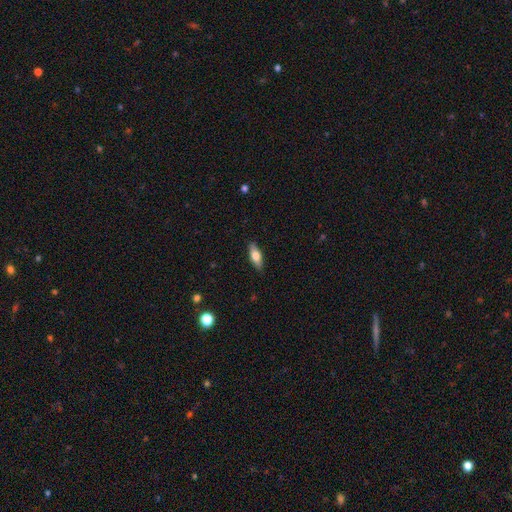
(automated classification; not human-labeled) This is likely a smooth galaxy (67%). How rounded: likely in between (68%). Merging: clearly none (88%).